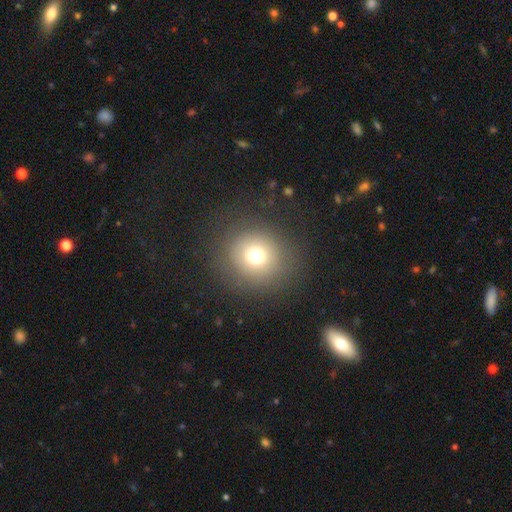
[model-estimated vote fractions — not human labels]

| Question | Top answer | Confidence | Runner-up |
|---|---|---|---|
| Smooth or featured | smooth | 73% | star or artifact (15%) |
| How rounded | round | 91% | in between (8%) |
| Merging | none | 85% | minor disturbance (8%) |